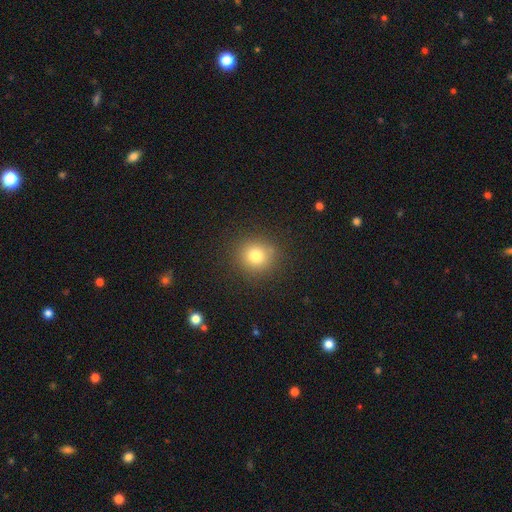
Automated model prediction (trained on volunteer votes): A smooth galaxy with no disk features (78%) that is round (90%). Merging: none (87%).